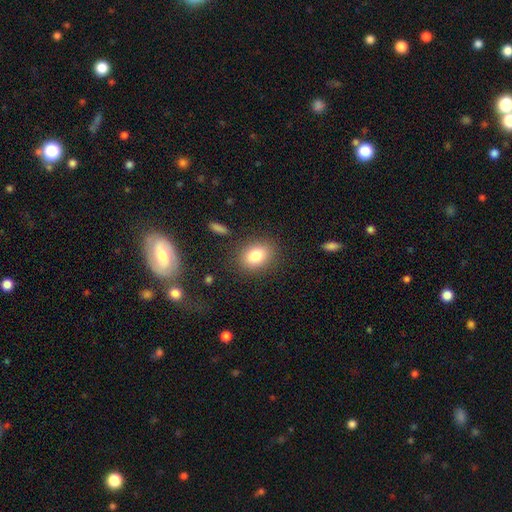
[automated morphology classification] Smooth or featured?
  - smooth: 81% *
  - star or artifact: 10%
  - featured or disk: 9%
How rounded?
  - in between: 63% *
  - round: 35%
  - cigar-shaped: 1%
Merging?
  - none: 84% *
  - minor disturbance: 10%
  - major disturbance: 4%
  - merger: 2%